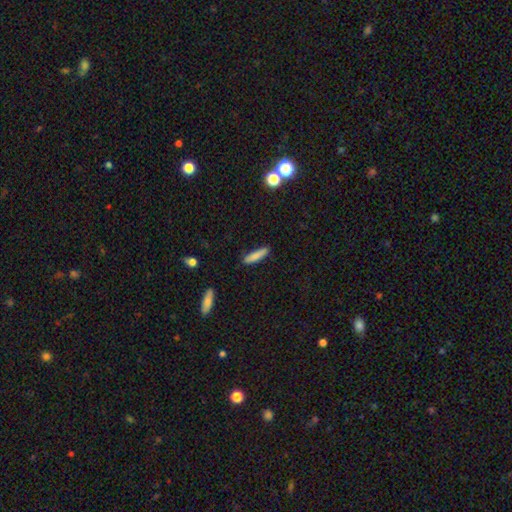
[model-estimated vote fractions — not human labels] smooth 84%, featured or disk 9%, star or artifact 7%. Down the decision tree: how rounded — cigar-shaped (83%); merging — none (86%).